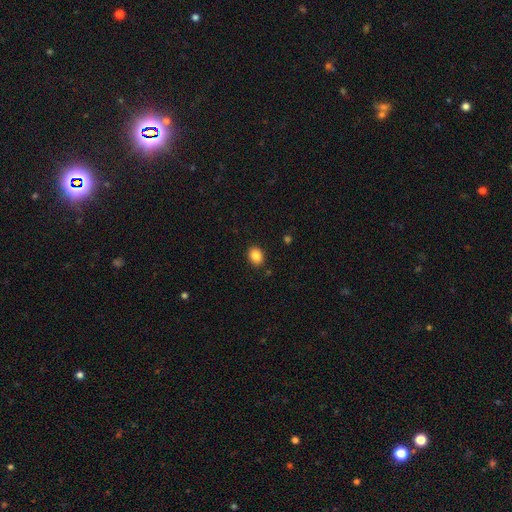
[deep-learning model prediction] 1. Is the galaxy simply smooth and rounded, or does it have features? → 87% smooth, 9% star or artifact, 4% featured or disk.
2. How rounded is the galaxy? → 54% in between, 45% round, 1% cigar-shaped.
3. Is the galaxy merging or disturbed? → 89% none, 8% minor disturbance, 2% major disturbance, 2% merger.